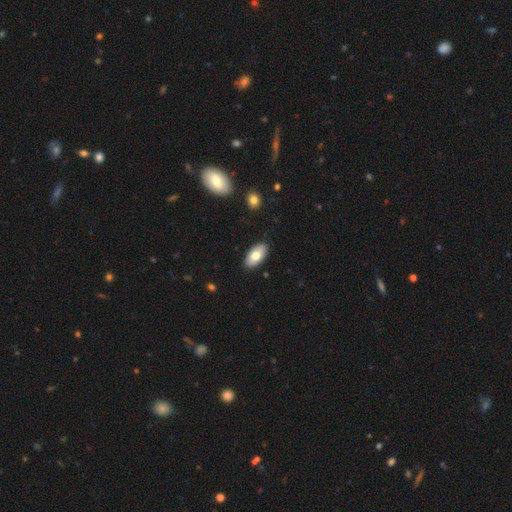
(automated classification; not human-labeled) Morphology: type=smooth (76%); roundness=in between (94%); merging=none (89%).